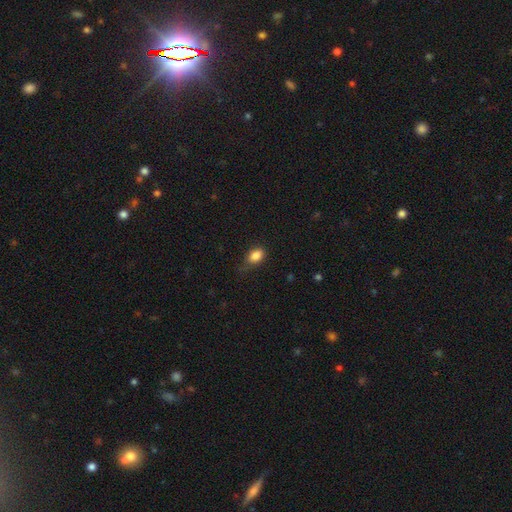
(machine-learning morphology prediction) This is clearly a smooth galaxy (86%). How rounded: clearly in between (80%). Merging: likely none (68%).